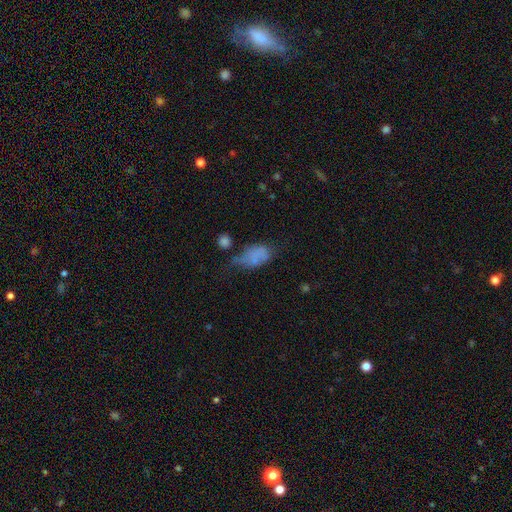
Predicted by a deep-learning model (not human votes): Smooth or featured: smooth — 65% (featured or disk — 22%)
How rounded: in between — 87% (round — 10%)
Merging: minor disturbance — 33% (none — 29%)